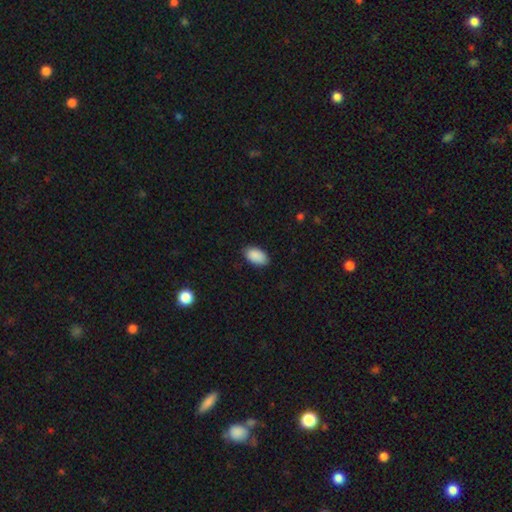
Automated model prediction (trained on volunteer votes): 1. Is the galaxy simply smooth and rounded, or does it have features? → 90% smooth, 7% star or artifact, 3% featured or disk.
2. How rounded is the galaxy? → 94% in between, 4% round, 2% cigar-shaped.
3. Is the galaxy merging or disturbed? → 86% none, 11% minor disturbance, 2% major disturbance, 1% merger.